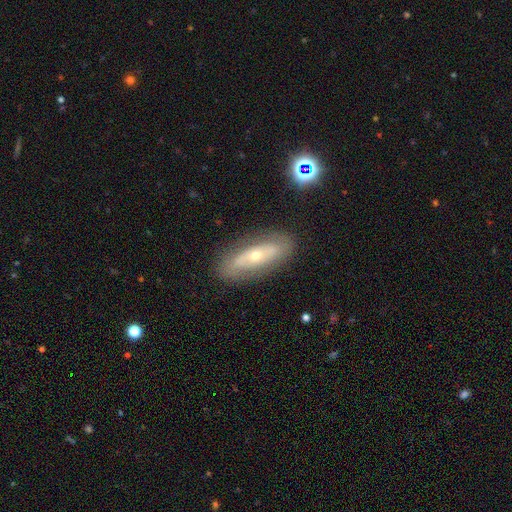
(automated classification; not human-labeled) This is possibly a featured or disk galaxy (58%). It is likely not viewed edge-on (72%). Merging: clearly none (81%).